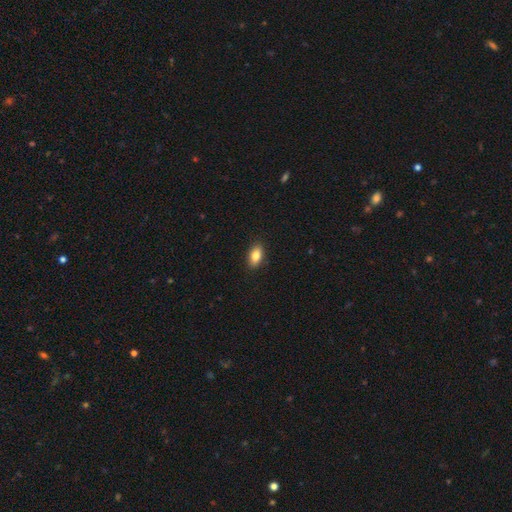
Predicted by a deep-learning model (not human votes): Morphology: type=smooth (83%); roundness=in between (89%); merging=none (89%).